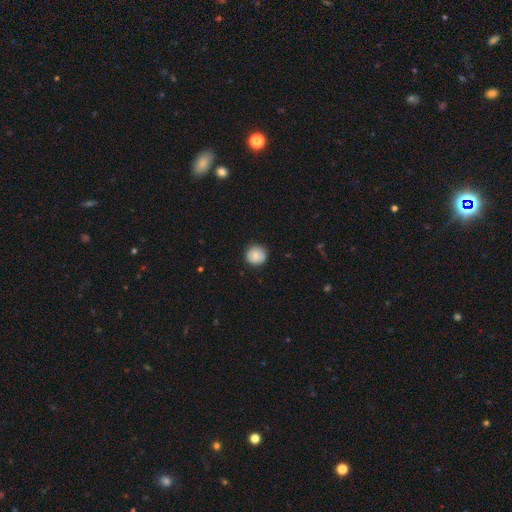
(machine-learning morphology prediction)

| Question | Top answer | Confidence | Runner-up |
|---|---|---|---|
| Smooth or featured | smooth | 80% | featured or disk (12%) |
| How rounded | round | 92% | in between (7%) |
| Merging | none | 86% | minor disturbance (11%) |